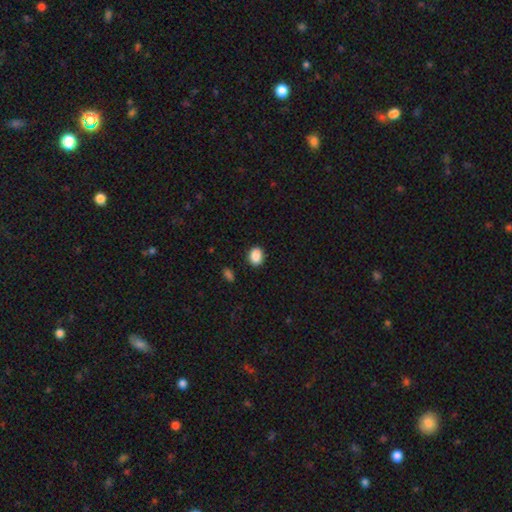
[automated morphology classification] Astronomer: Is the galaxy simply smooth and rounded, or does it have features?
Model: smooth — 88%.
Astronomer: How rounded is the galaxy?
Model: in between — 64%.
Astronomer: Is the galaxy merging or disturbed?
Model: none — 83%.